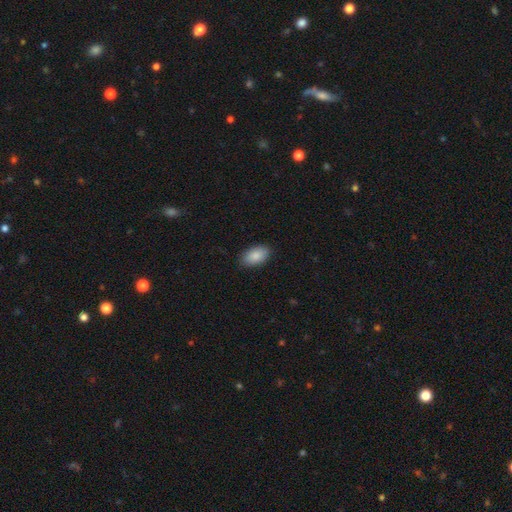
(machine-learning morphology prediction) smooth-or-featured: smooth: 88% | star or artifact: 6% | featured or disk: 5%
  how-rounded: in between: 94% | round: 5% | cigar-shaped: 2%
  merging: none: 87% | minor disturbance: 10% | major disturbance: 2% | merger: 1%